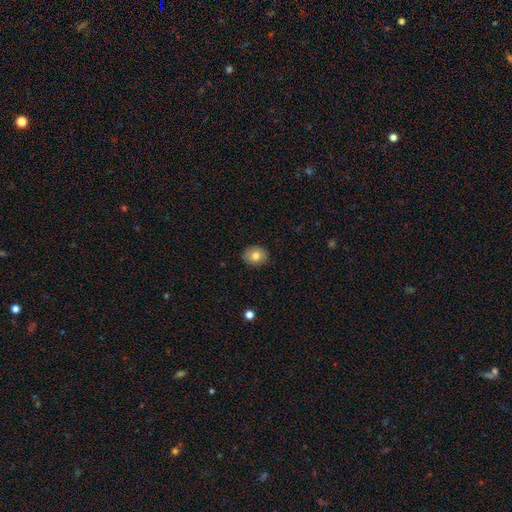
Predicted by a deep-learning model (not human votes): Smooth or featured: smooth — 80% (featured or disk — 11%)
How rounded: round — 65% (in between — 34%)
Merging: none — 86% (minor disturbance — 11%)